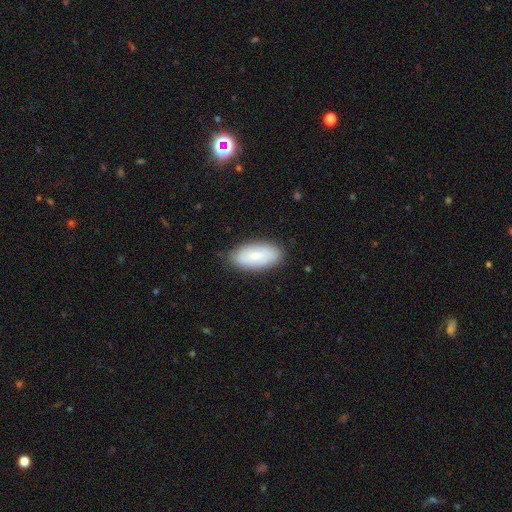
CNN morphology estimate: The model was most divided on "smooth or featured": smooth: 71%, featured or disk: 22%, star or artifact: 7%. More confident: how rounded — in between (91%); merging — none (85%).